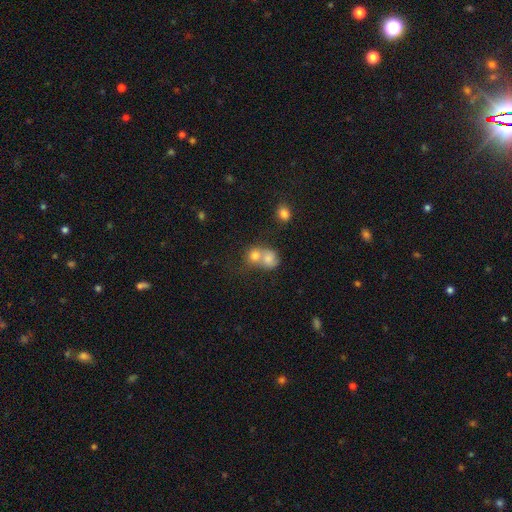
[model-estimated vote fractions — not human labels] Q: Smooth or featured?
A: smooth (65%); runner-up: star or artifact (18%)
Q: How rounded?
A: round (72%); runner-up: in between (27%)
Q: Merging?
A: merger (60%); runner-up: none (30%)